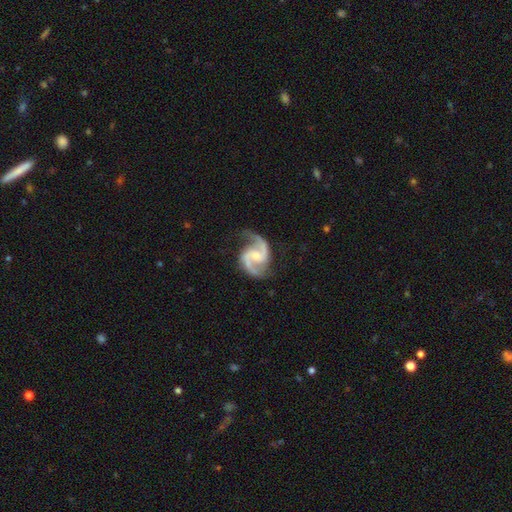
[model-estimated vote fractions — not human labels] Q: Smooth or featured?
A: featured or disk (93%); runner-up: star or artifact (4%)
Q: Edge-on disk?
A: no (98%); runner-up: yes (2%)
Q: Bar?
A: weak (46%); runner-up: no (42%)
Q: Spiral arms?
A: yes (98%); runner-up: no (2%)
Q: Spiral winding?
A: medium (60%); runner-up: loose (28%)
Q: Spiral arm count?
A: 2 (94%); runner-up: 3 (2%)
Q: Bulge size?
A: small (47%); runner-up: moderate (43%)
Q: Merging?
A: none (75%); runner-up: minor disturbance (17%)